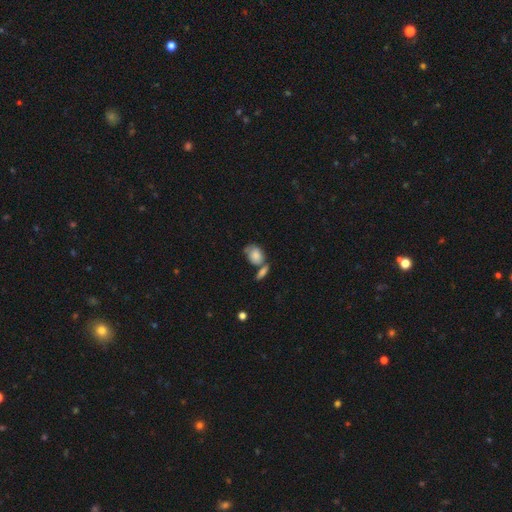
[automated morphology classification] This is likely a smooth galaxy (77%). How rounded: likely in between (65%). Merging: marginally none (38%).